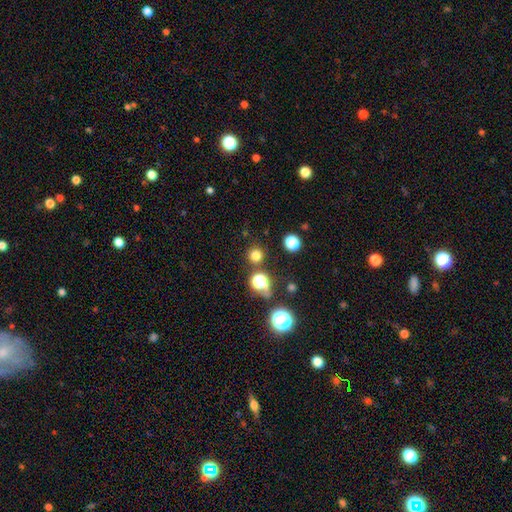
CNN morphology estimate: Smooth or featured? Predicted: smooth (p=0.73). How rounded? Predicted: round (p=0.94). Merging? Predicted: none (p=0.85).